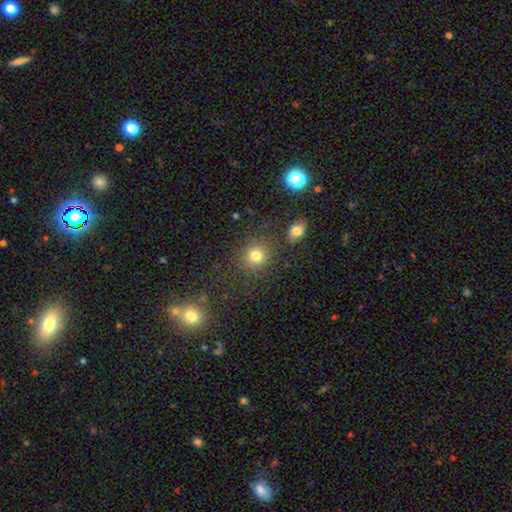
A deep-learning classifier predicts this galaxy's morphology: Overall: smooth (79%). How rounded: round (84%). Merging: none (83%).